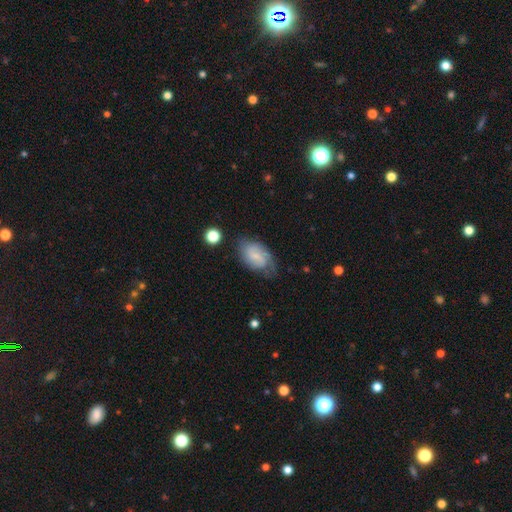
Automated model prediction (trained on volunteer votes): Smooth or featured?
  - featured or disk: 54% *
  - smooth: 38%
  - star or artifact: 8%
Edge-on disk?
  - no: 96% *
  - yes: 4%
Bar?
  - no: 48% *
  - weak: 45%
  - strong: 8%
Spiral arms?
  - yes: 87% *
  - no: 13%
Bulge size?
  - small: 65% *
  - moderate: 17%
  - none: 15%
  - large: 2%
  - dominant: 1%
Merging?
  - none: 57% *
  - minor disturbance: 28%
  - major disturbance: 12%
  - merger: 3%